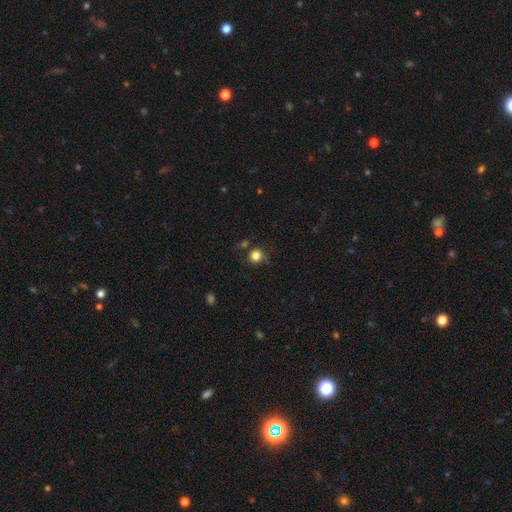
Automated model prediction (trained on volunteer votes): Q: Smooth or featured?
A: smooth (82%); runner-up: star or artifact (12%)
Q: How rounded?
A: round (89%); runner-up: in between (10%)
Q: Merging?
A: none (74%); runner-up: minor disturbance (15%)